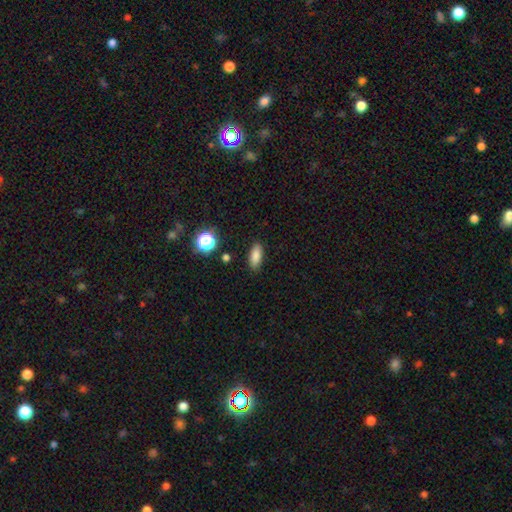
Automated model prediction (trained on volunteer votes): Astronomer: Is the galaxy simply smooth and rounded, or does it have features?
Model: smooth — 83%.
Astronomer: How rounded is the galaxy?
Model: in between — 74%.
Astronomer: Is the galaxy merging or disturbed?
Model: none — 87%.